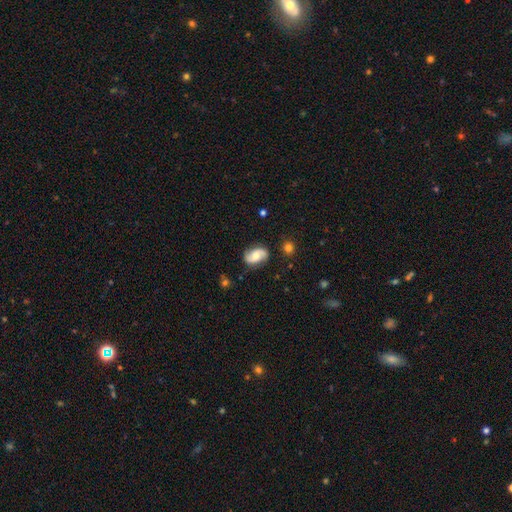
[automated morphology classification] type=featured or disk (66%); edge-on=no (97%); bar=no (64%); spiral arms=yes (93%); winding=loose (42%); arm count=2 (91%); bulge=moderate (64%); merging=none (80%).